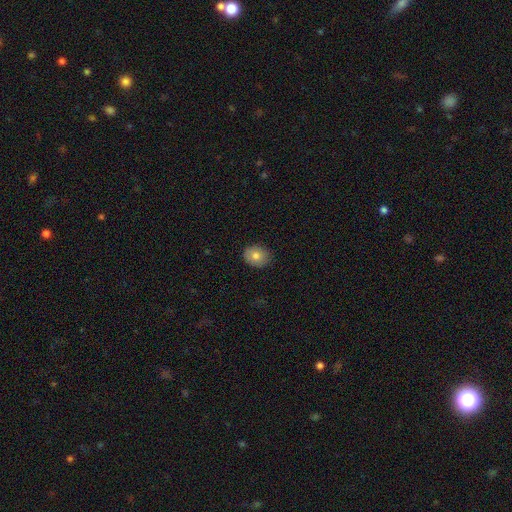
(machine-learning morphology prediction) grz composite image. It shows a smooth galaxy with no disk features (79%) that is round (56%). Merging: none (87%).